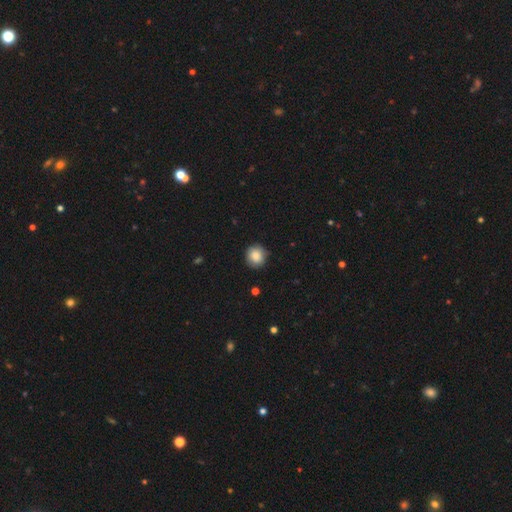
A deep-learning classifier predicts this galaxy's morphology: Smooth or featured: smooth — 85% (star or artifact — 8%)
How rounded: round — 89% (in between — 11%)
Merging: none — 84% (minor disturbance — 13%)